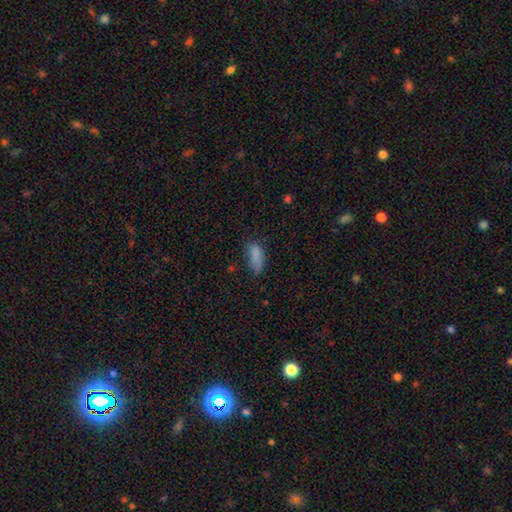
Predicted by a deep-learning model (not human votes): Q: Smooth or featured?
A: smooth (81%); runner-up: star or artifact (11%)
Q: How rounded?
A: in between (78%); runner-up: cigar-shaped (19%)
Q: Merging?
A: none (54%); runner-up: minor disturbance (31%)